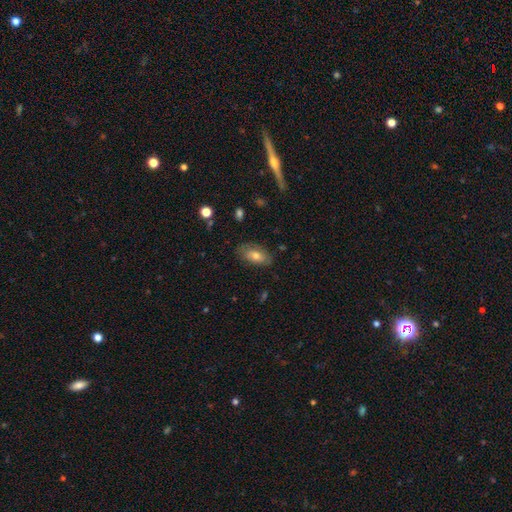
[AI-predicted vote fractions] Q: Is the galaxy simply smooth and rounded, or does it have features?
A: smooth — 68%.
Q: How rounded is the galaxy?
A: in between — 91%.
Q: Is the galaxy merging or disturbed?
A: none — 78%.